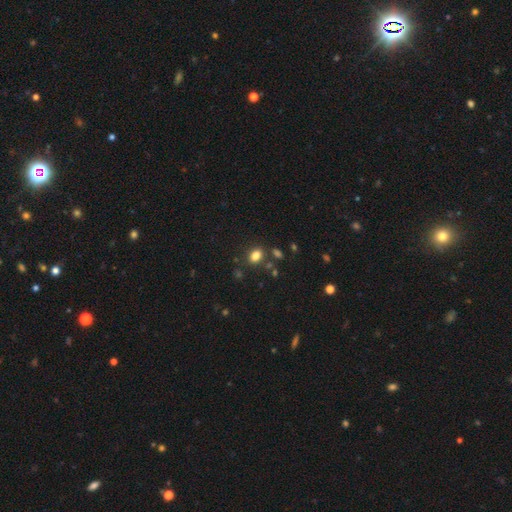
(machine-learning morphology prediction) Overall: smooth (81%). How rounded: in between (73%). Merging: none (79%).